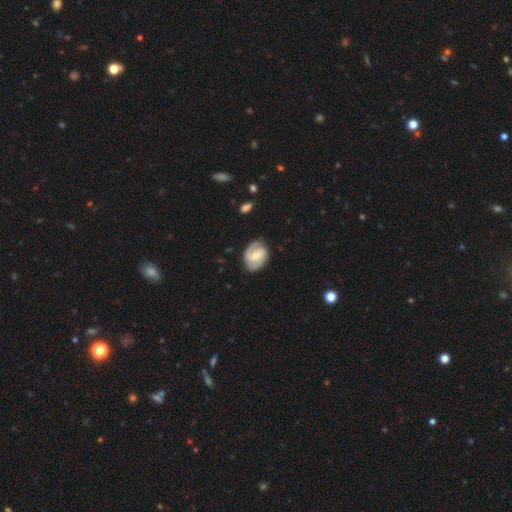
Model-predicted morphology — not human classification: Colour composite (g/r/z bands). It shows a featured or disk galaxy (75%) with a weak bar (49%), 2 (77%) medium (44%) spiral arms (93%) and a moderate central bulge (47%, tied with small). Merging: none (73%).